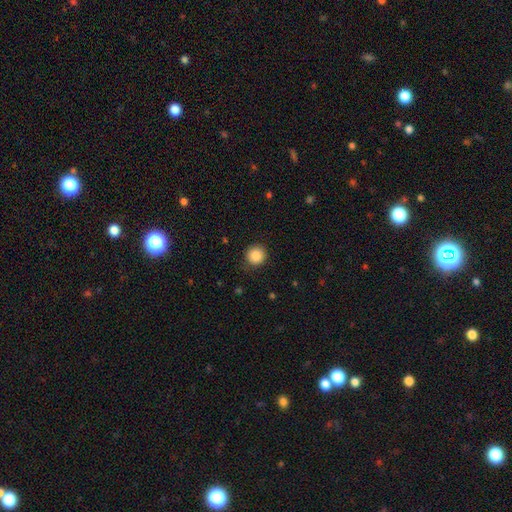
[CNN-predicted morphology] smooth_or_featured: smooth (p=0.87) [alt: star or artifact p=0.09]
how_rounded: round (p=0.94) [alt: in between p=0.06]
merging: none (p=0.86) [alt: minor disturbance p=0.10]